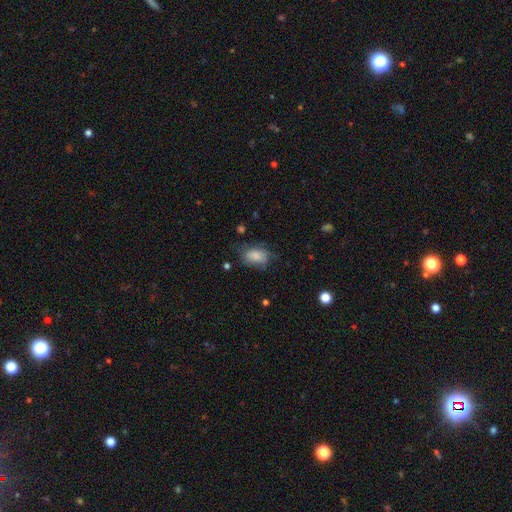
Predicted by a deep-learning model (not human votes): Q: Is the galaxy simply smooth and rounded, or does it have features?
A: smooth — 81%.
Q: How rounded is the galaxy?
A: in between — 86%.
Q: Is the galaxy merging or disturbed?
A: none — 56%.